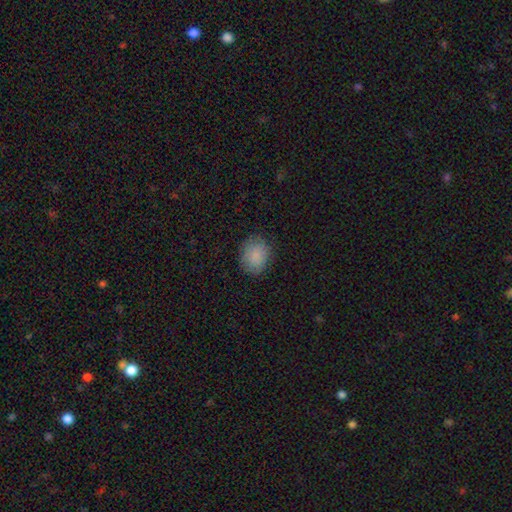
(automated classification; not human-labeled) A smooth galaxy with no disk features (87%) that is round (57%). Merging: none (82%).